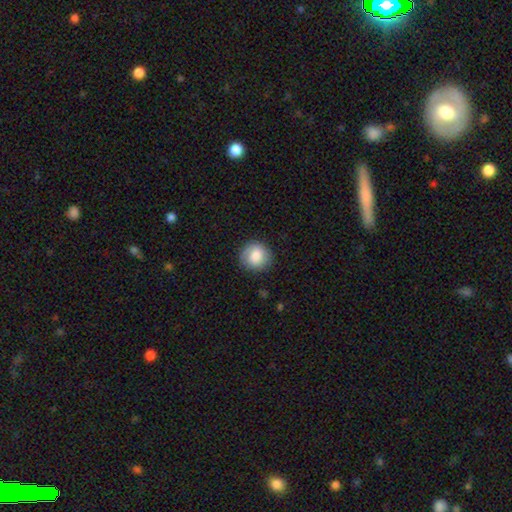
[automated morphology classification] Smooth or featured: smooth — 81% (featured or disk — 11%)
How rounded: round — 90% (in between — 9%)
Merging: none — 84% (minor disturbance — 11%)